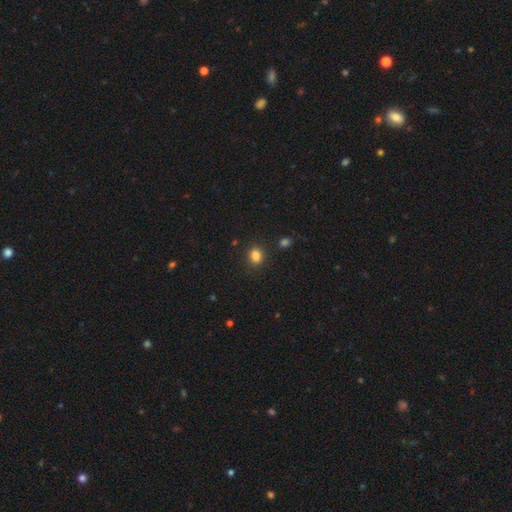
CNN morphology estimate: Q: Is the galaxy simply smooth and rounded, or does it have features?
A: smooth — 83%.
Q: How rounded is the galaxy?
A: round — 54%.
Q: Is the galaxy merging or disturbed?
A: none — 86%.